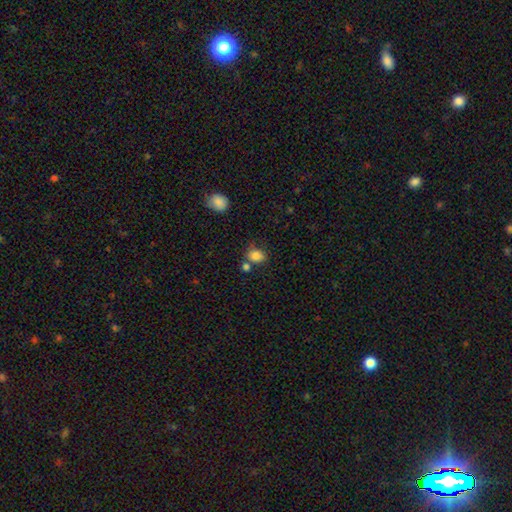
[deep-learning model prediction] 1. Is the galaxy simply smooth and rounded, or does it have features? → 83% smooth, 10% star or artifact, 6% featured or disk.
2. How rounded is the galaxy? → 50% round, 49% in between, 1% cigar-shaped.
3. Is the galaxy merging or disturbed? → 61% none, 18% merger, 16% minor disturbance, 5% major disturbance.